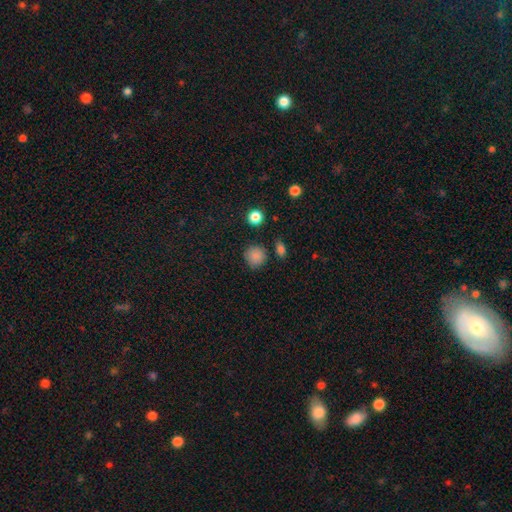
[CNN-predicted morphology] smooth 84%, star or artifact 11%, featured or disk 5%. Down the decision tree: how rounded — round (91%); merging — none (83%).